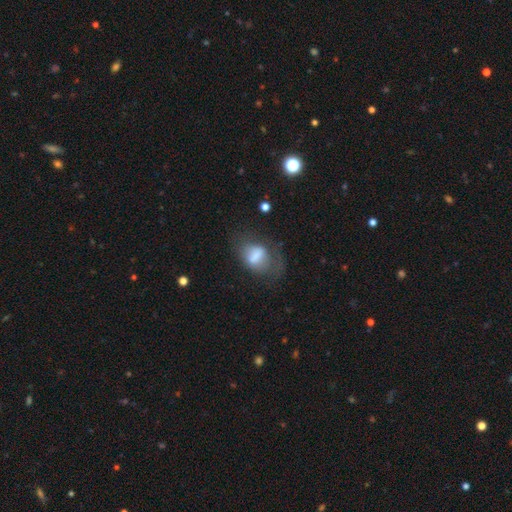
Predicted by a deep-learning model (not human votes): The model was most divided on "merging": none: 36%, major disturbance: 33%, minor disturbance: 26%, merger: 4%. More confident: how rounded — in between (73%); smooth or featured — smooth (63%).